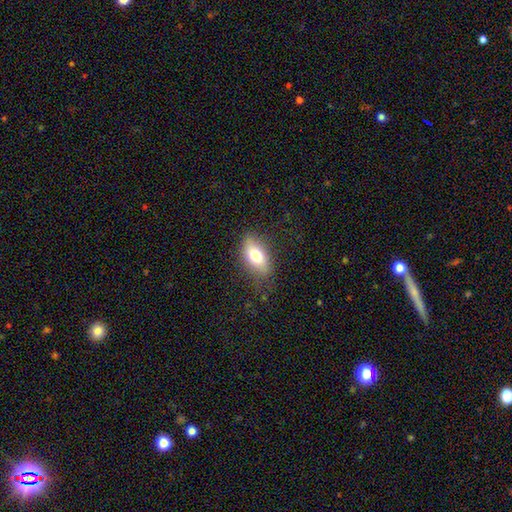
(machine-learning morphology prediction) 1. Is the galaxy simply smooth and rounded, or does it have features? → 73% smooth, 19% featured or disk, 8% star or artifact.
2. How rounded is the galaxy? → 86% in between, 7% cigar-shaped, 6% round.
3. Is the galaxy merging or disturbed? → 75% none, 18% minor disturbance, 6% major disturbance, 1% merger.